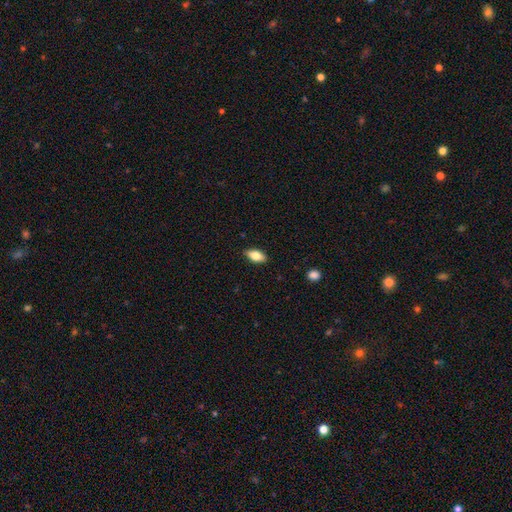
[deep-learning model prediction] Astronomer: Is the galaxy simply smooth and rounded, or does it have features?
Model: smooth — 76%.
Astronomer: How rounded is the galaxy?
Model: in between — 88%.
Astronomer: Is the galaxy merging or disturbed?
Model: none — 88%.